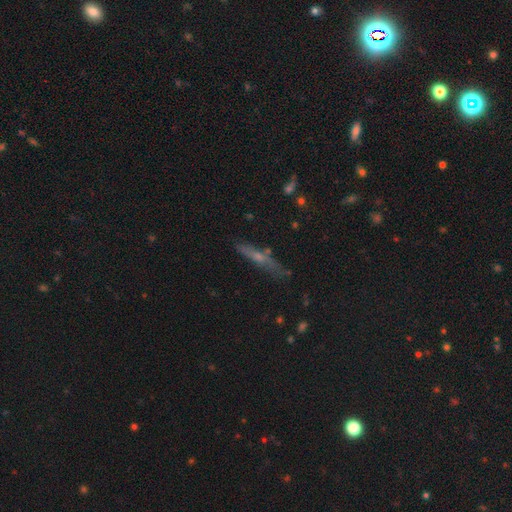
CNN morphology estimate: Overall: featured or disk (50%; smooth 36%). Merging: none (73%).